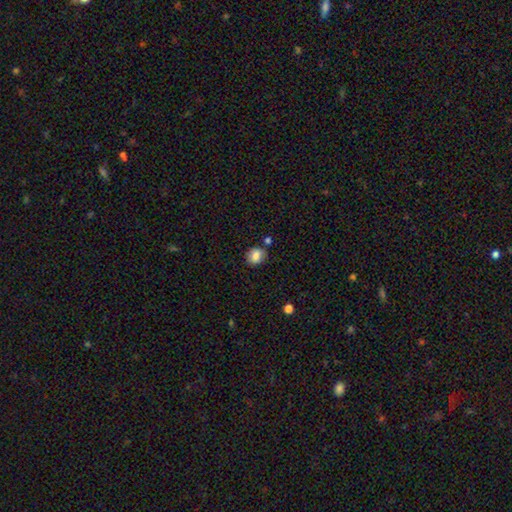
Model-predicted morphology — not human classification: smooth 83%, star or artifact 9%, featured or disk 8%. Down the decision tree: how rounded — round (66%); merging — none (76%).